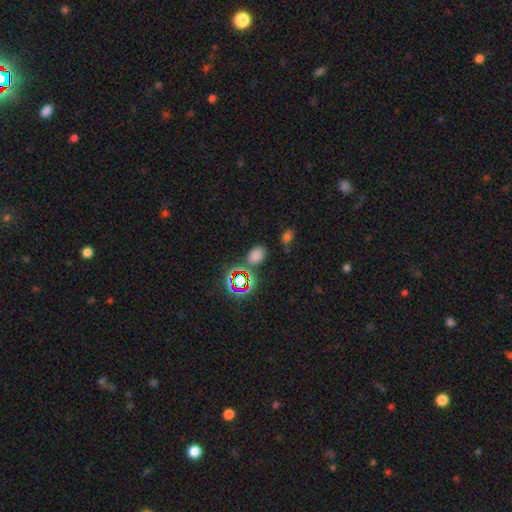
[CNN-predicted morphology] Overall: smooth (64%; star or artifact 30%). How rounded: in between (74%). Merging: none (72%).